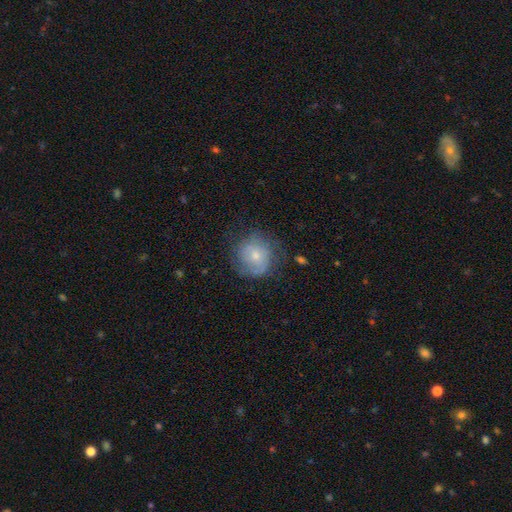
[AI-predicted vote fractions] smooth 55%, featured or disk 37%, star or artifact 9%. Down the decision tree: how rounded — round (83%); merging — none (63%).